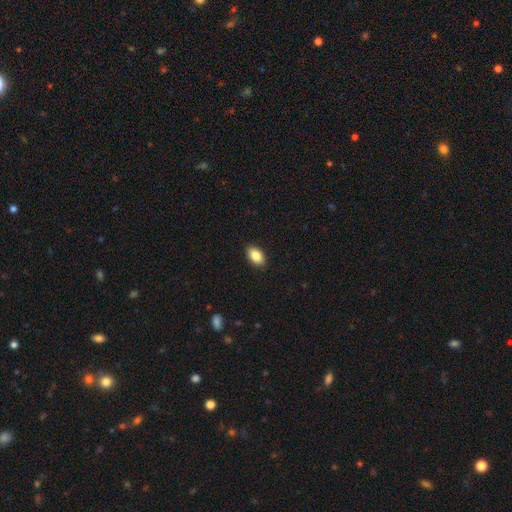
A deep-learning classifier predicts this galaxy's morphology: Q: Smooth or featured?
A: smooth (86%); runner-up: star or artifact (7%)
Q: How rounded?
A: in between (90%); runner-up: round (8%)
Q: Merging?
A: none (90%); runner-up: minor disturbance (8%)